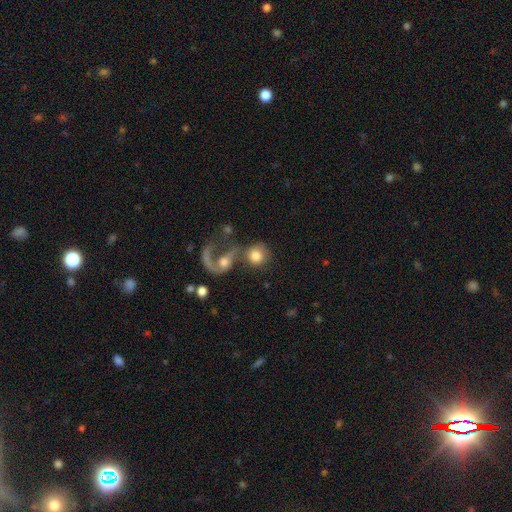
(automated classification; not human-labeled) smooth 67%, featured or disk 24%, star or artifact 9%. Down the decision tree: how rounded — round (82%); merging — merger (47%).